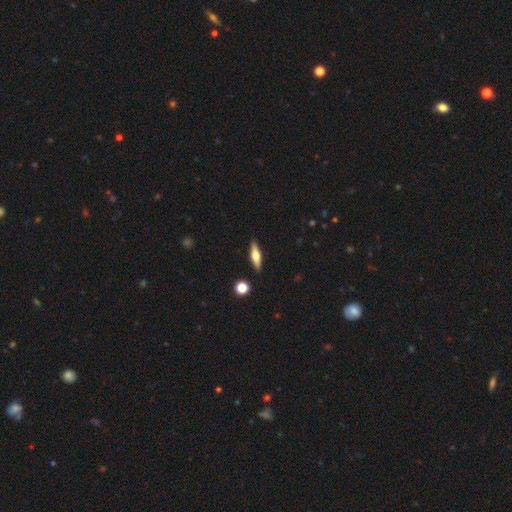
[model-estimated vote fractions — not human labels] This appears to be a featured or disk galaxy (50%) viewed edge-on (93%). Merging: none (90%).